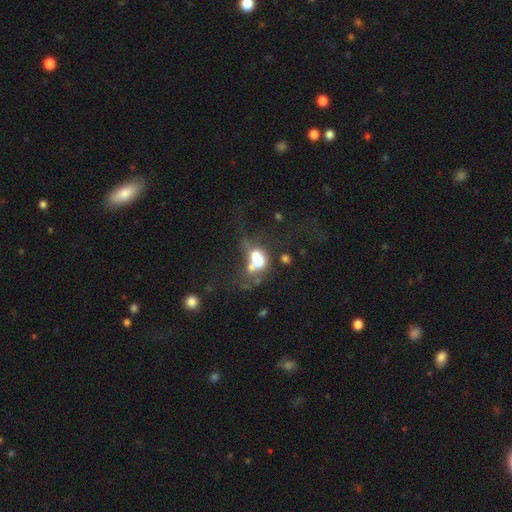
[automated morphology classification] Smooth or featured: smooth — 58% (featured or disk — 28%)
How rounded: in between — 59% (round — 39%)
Merging: merger — 53% (none — 20%)